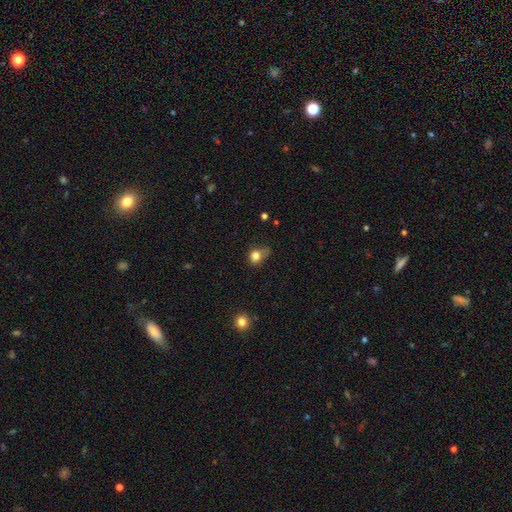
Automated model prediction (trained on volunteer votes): smooth-or-featured: smooth: 79% | star or artifact: 12% | featured or disk: 9%
  how-rounded: round: 61% | in between: 38% | cigar-shaped: 1%
  merging: minor disturbance: 38% (tied) | none: 38% (tied) | major disturbance: 20% | merger: 4%